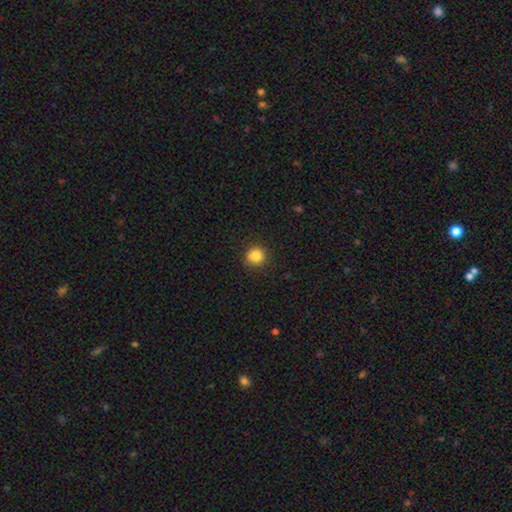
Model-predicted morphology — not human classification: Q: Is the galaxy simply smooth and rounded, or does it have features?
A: smooth — 85%.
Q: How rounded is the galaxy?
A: round — 90%.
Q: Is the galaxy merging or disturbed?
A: none — 86%.